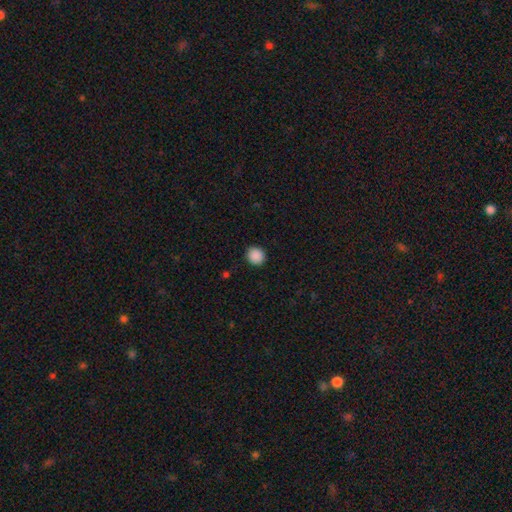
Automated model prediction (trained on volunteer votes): Morphology: type=smooth (89%); roundness=round (88%); merging=none (91%).